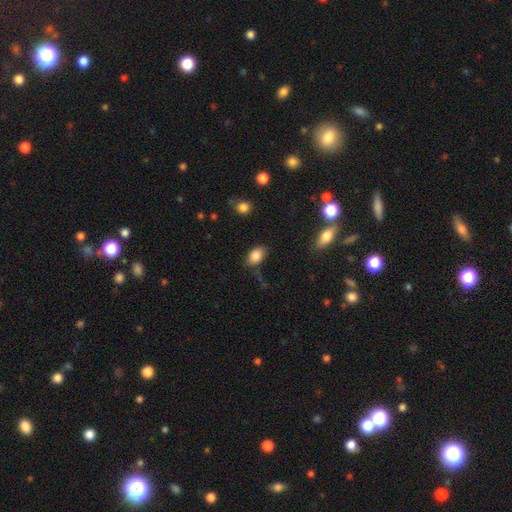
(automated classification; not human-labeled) The model was most divided on "merging": none: 69%, minor disturbance: 21%, major disturbance: 6%, merger: 3%. More confident: how rounded — in between (87%); smooth or featured — smooth (84%).